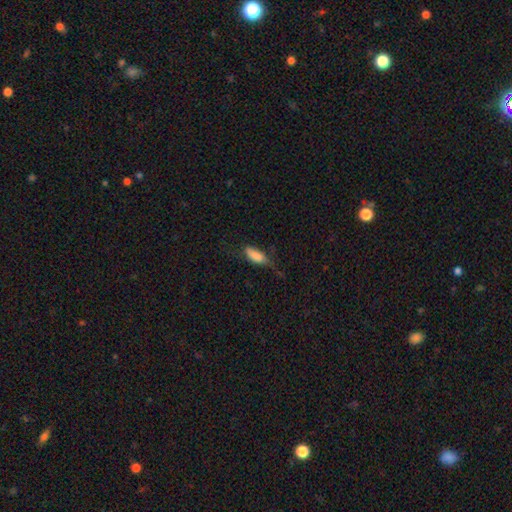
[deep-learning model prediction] This appears to be a smooth galaxy with no disk features (80%) that is in between round and cigar-shaped (73%). Merging: none (39%).